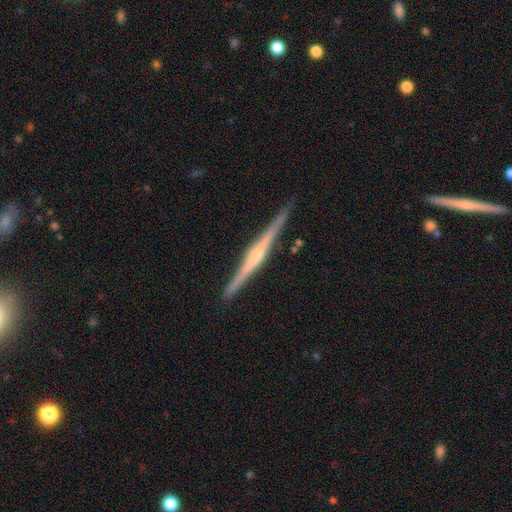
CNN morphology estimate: Smooth or featured?
  - featured or disk: 83% *
  - smooth: 12%
  - star or artifact: 5%
Edge-on disk?
  - yes: 99% *
  - no: 1%
Edge-on bulge?
  - rounded: 66% *
  - none: 19%
  - boxy: 15%
Merging?
  - none: 92% *
  - minor disturbance: 6%
  - major disturbance: 1%
  - merger: 1%